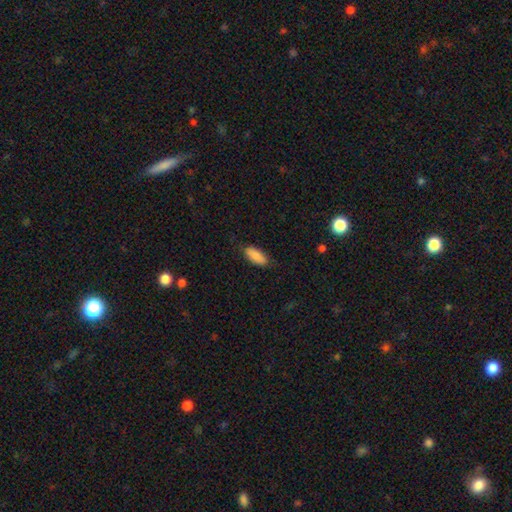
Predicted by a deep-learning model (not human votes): Smooth or featured?
  - smooth: 88% *
  - star or artifact: 6%
  - featured or disk: 6%
How rounded?
  - in between: 81% *
  - cigar-shaped: 17%
  - round: 2%
Merging?
  - none: 81% *
  - minor disturbance: 15%
  - major disturbance: 3%
  - merger: 1%